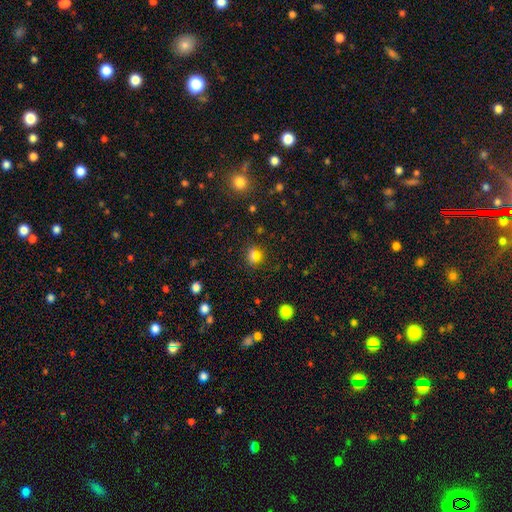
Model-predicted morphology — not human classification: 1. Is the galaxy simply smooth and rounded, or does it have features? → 66% smooth, 25% star or artifact, 10% featured or disk.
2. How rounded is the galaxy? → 76% round, 22% in between, 2% cigar-shaped.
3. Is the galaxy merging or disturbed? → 75% none, 11% minor disturbance, 10% merger, 4% major disturbance.